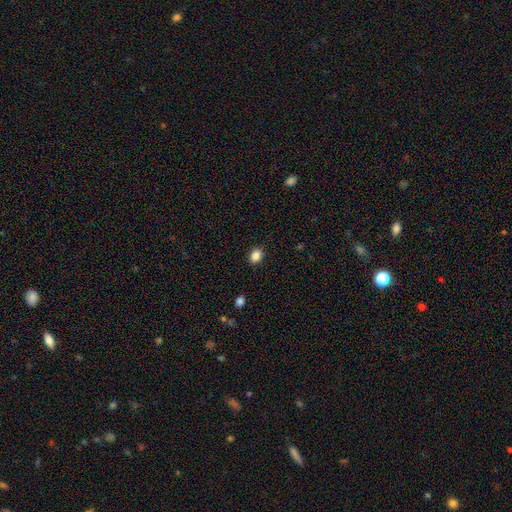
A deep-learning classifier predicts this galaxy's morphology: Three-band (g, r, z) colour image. It shows a smooth galaxy with no disk features (87%) that is in between round and cigar-shaped (72%). Merging: none (89%).